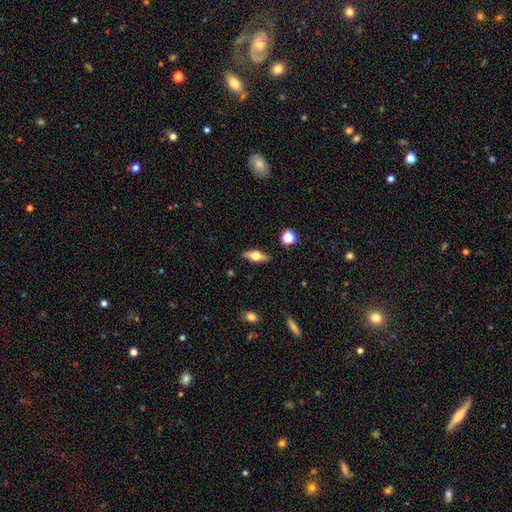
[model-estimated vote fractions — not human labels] Smooth or featured? Predicted: featured or disk (p=0.48). Merging? Predicted: none (p=0.88).